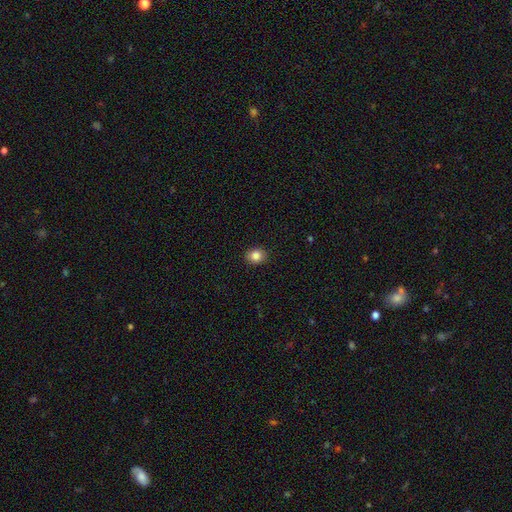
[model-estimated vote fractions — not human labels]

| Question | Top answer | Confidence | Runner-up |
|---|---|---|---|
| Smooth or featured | smooth | 85% | star or artifact (10%) |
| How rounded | round | 62% | in between (37%) |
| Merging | none | 90% | minor disturbance (7%) |